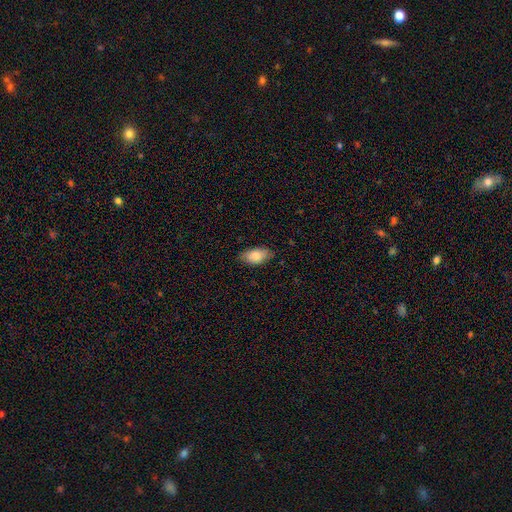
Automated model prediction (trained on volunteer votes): The model was most divided on "smooth or featured": smooth: 79%, featured or disk: 14%, star or artifact: 7%. More confident: how rounded — in between (92%); merging — none (82%).